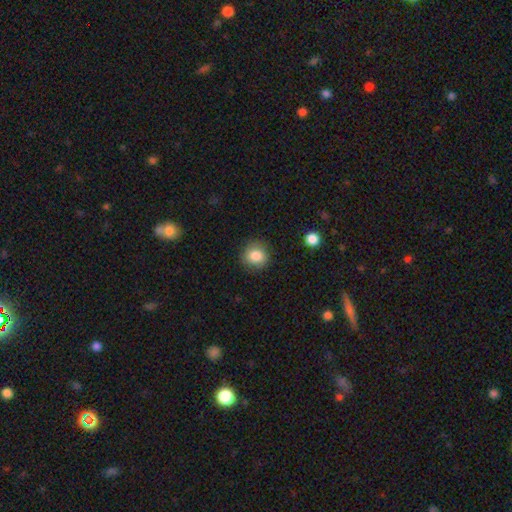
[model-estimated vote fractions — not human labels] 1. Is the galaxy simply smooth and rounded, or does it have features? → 84% smooth, 9% star or artifact, 7% featured or disk.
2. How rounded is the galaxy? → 86% round, 13% in between, 1% cigar-shaped.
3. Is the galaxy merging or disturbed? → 86% none, 10% minor disturbance, 3% major disturbance, 1% merger.